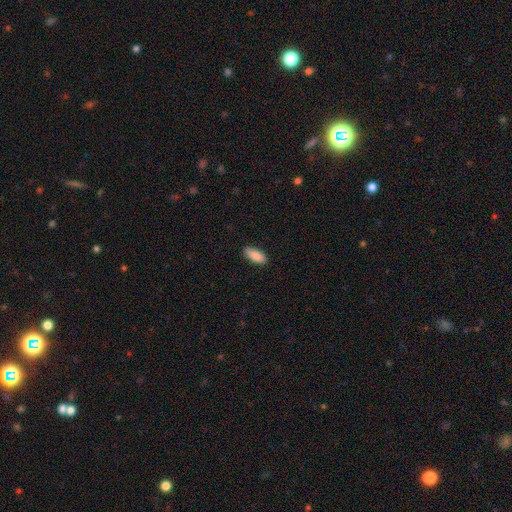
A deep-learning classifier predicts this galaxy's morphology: Smooth or featured? smooth (89%)
How rounded? in between (81%)
Merging? none (84%)